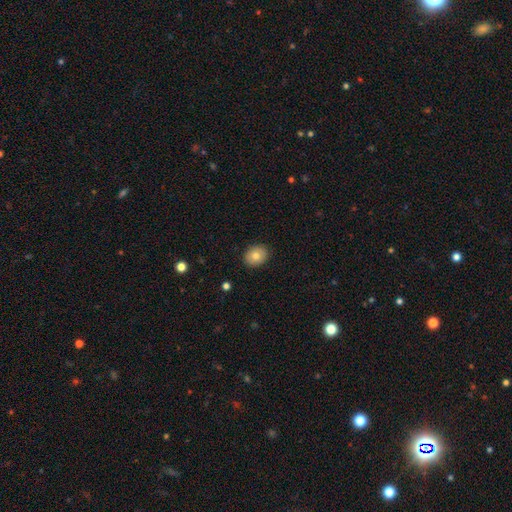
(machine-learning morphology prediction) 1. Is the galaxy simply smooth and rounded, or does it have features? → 79% smooth, 13% featured or disk, 8% star or artifact.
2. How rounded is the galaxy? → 50% in between, 49% round, 1% cigar-shaped.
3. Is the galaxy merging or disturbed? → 89% none, 8% minor disturbance, 2% major disturbance, 1% merger.